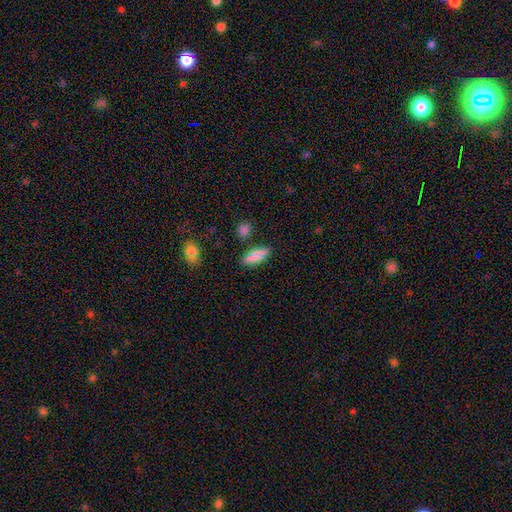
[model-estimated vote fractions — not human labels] smooth_or_featured: smooth (p=0.75) [alt: star or artifact p=0.15]
how_rounded: in between (p=0.76) [alt: cigar-shaped p=0.20]
merging: none (p=0.83) [alt: minor disturbance p=0.12]